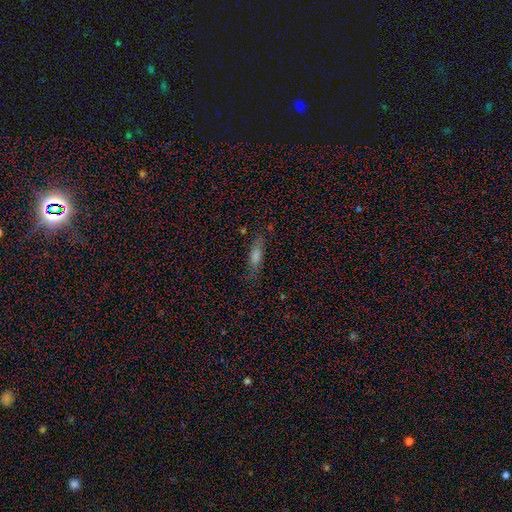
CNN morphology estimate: Smooth or featured? Predicted: smooth (p=0.57). How rounded? Predicted: cigar-shaped (p=0.64). Merging? Predicted: none (p=0.76).